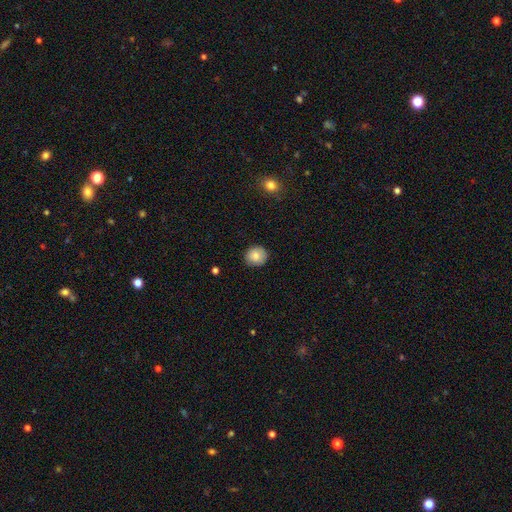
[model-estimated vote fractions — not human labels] Q: Smooth or featured?
A: smooth (84%); runner-up: star or artifact (8%)
Q: How rounded?
A: round (85%); runner-up: in between (14%)
Q: Merging?
A: none (88%); runner-up: minor disturbance (9%)